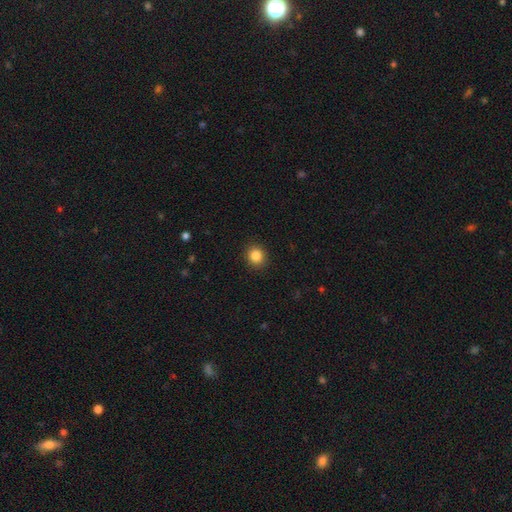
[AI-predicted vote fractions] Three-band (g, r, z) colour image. It shows a smooth galaxy with no disk features (86%) that is round (83%). Merging: none (90%).